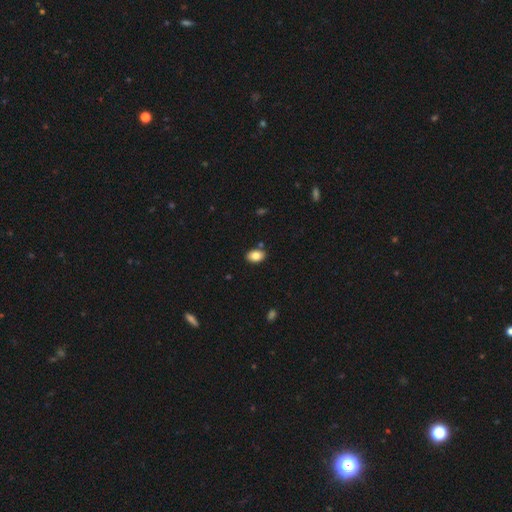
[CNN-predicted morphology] Smooth or featured: smooth — 84% (featured or disk — 8%)
How rounded: in between — 85% (round — 14%)
Merging: none — 84% (minor disturbance — 10%)